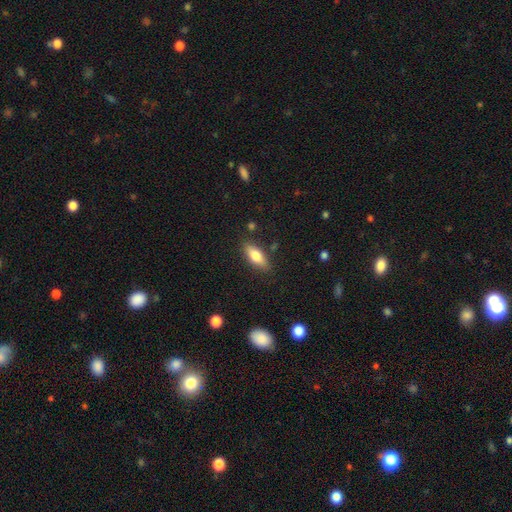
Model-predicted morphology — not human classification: This is likely a smooth galaxy (75%). How rounded: likely in between (75%). Merging: clearly none (84%).